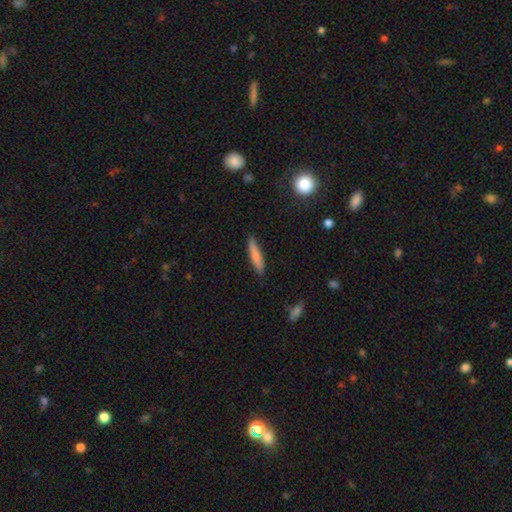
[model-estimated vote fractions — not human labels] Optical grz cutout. It shows a smooth galaxy with no disk features (76%) that is cigar-shaped (87%). Merging: none (85%).